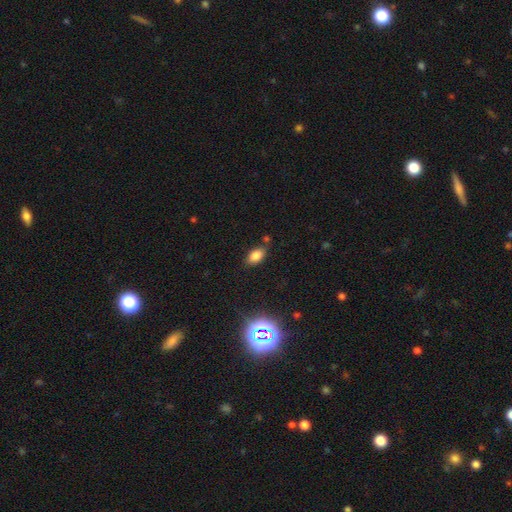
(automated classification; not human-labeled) Smooth or featured?
  - smooth: 79% *
  - star or artifact: 13%
  - featured or disk: 7%
How rounded?
  - in between: 89% *
  - round: 7%
  - cigar-shaped: 4%
Merging?
  - none: 78% *
  - minor disturbance: 14%
  - merger: 5%
  - major disturbance: 3%